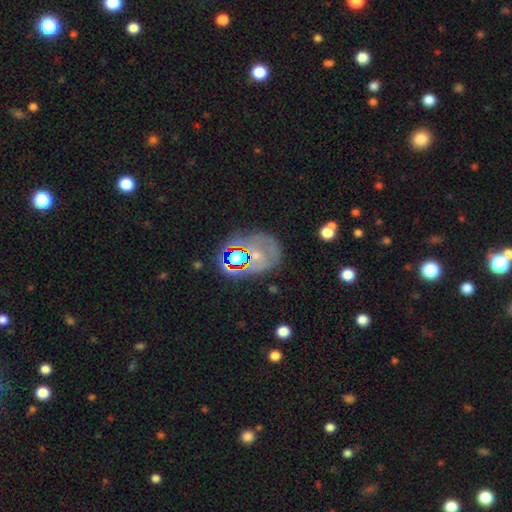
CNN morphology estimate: smooth_or_featured: smooth (p=0.38) [alt: star or artifact p=0.31]
merging: none (p=0.56) [alt: minor disturbance p=0.19]